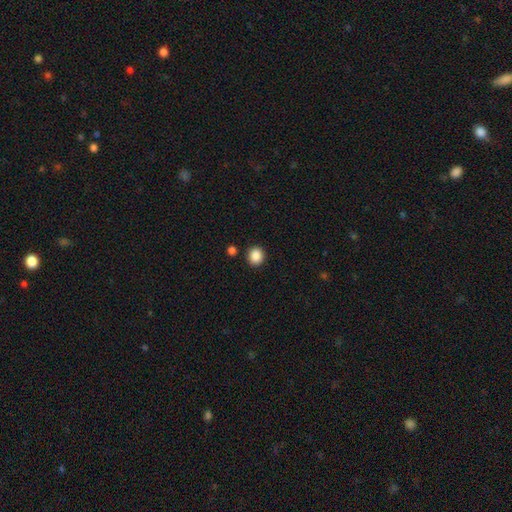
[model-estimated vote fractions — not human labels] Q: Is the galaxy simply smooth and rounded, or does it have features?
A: smooth — 88%.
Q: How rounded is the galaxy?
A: round — 86%.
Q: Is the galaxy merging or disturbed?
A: none — 90%.